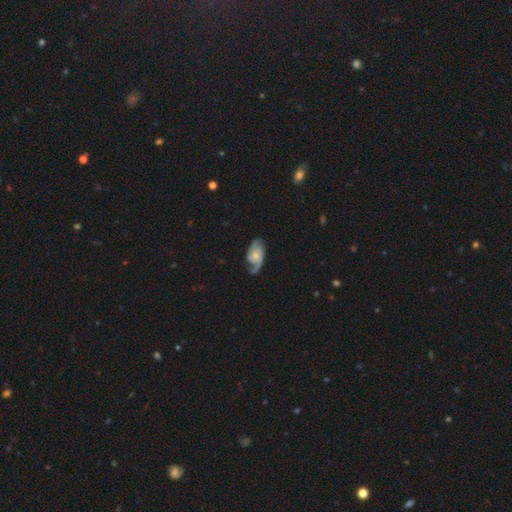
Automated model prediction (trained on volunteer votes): A featured or disk galaxy (75%) with no bar (64%), 2 (72%) medium (45%) spiral arms (95%) and a small central bulge (47%). Merging: none (63%).